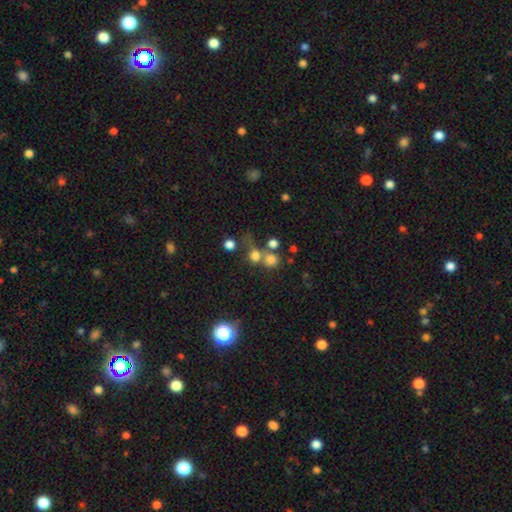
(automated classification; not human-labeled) Overall: smooth (69%). How rounded: round (84%). Merging: none (48%; merger 36%).